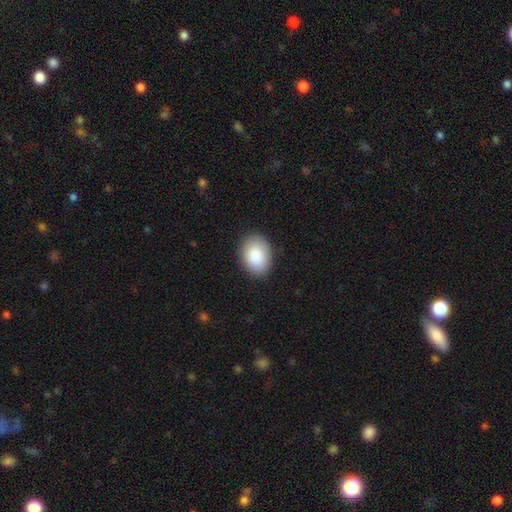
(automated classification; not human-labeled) The model was most divided on "how rounded": in between: 76%, round: 23%, cigar-shaped: 1%. More confident: smooth or featured — smooth (88%); merging — none (88%).